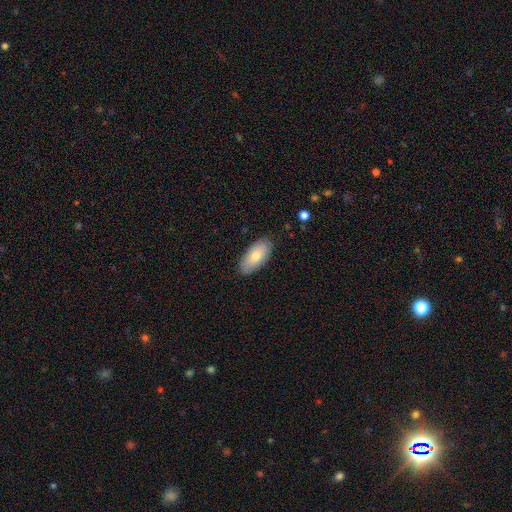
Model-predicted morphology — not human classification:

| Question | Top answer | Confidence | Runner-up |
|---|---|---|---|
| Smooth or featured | smooth | 76% | featured or disk (18%) |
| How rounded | in between | 92% | cigar-shaped (6%) |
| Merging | none | 86% | minor disturbance (11%) |